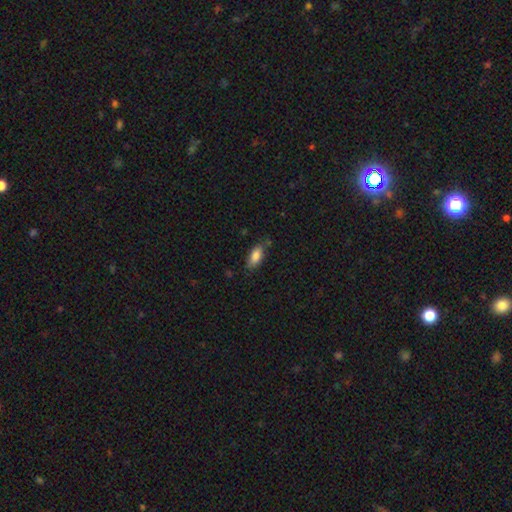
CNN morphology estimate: This appears to be a smooth galaxy with no disk features (84%) that is in between round and cigar-shaped (84%). Merging: none (71%).